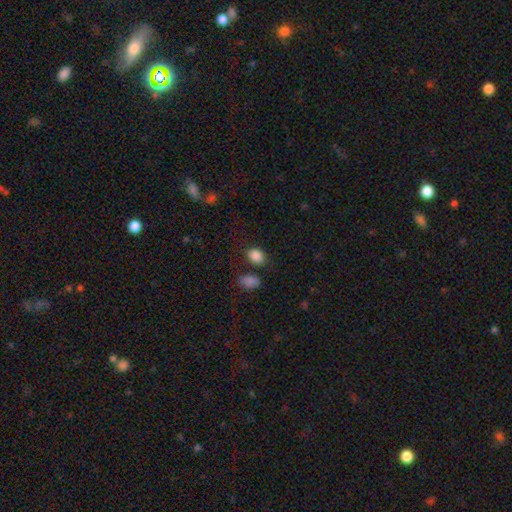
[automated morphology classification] Smooth or featured?
  - smooth: 86% *
  - star or artifact: 9%
  - featured or disk: 4%
How rounded?
  - in between: 69% *
  - round: 30%
  - cigar-shaped: 1%
Merging?
  - none: 71% *
  - minor disturbance: 15%
  - merger: 9%
  - major disturbance: 5%